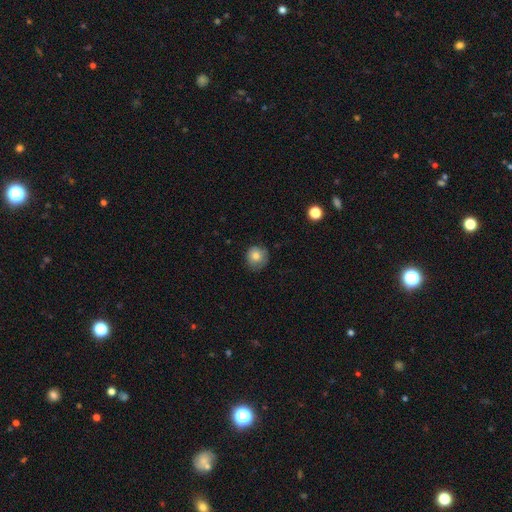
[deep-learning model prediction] A smooth galaxy with no disk features (77%) that is round (88%). Merging: none (74%).